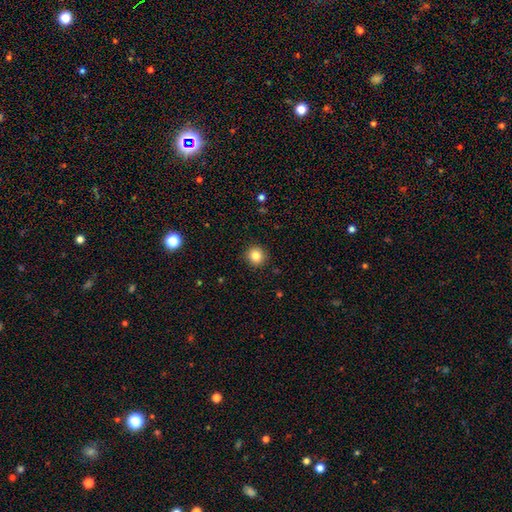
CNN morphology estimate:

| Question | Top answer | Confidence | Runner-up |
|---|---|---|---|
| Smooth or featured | smooth | 84% | star or artifact (11%) |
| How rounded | round | 94% | in between (5%) |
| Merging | none | 92% | minor disturbance (6%) |